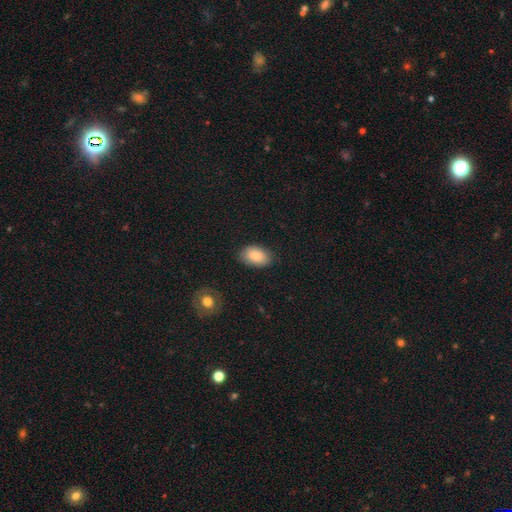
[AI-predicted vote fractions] Morphology: type=smooth (85%); roundness=in between (90%); merging=none (82%).